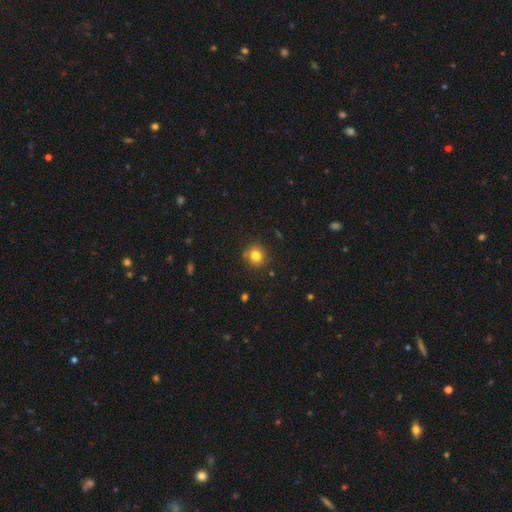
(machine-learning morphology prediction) smooth_or_featured: smooth (p=0.79) [alt: star or artifact p=0.13]
how_rounded: round (p=0.85) [alt: in between p=0.14]
merging: none (p=0.84) [alt: minor disturbance p=0.10]